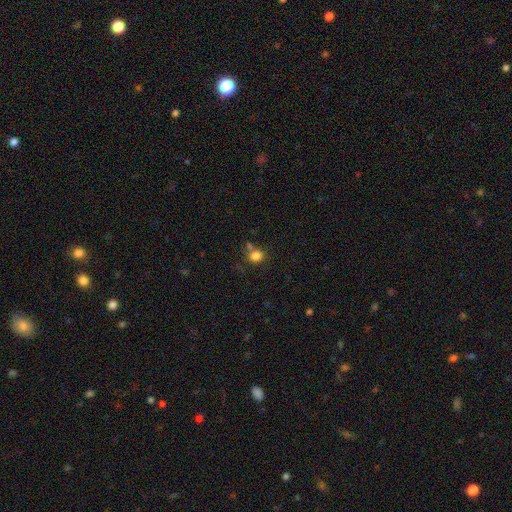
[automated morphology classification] smooth-or-featured: smooth: 82% | star or artifact: 12% | featured or disk: 6%
  how-rounded: round: 79% | in between: 20% | cigar-shaped: 1%
  merging: none: 65% | merger: 18% | minor disturbance: 13% | major disturbance: 5%